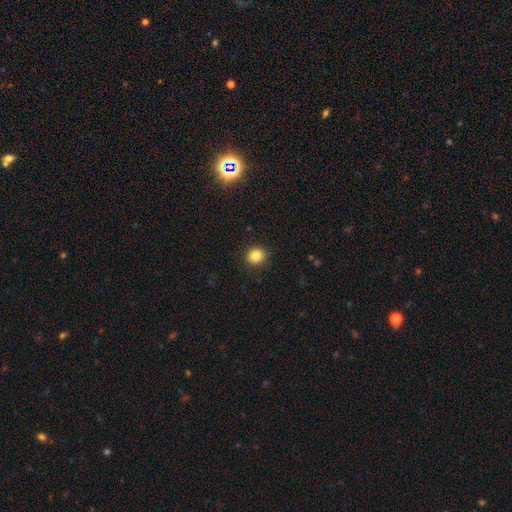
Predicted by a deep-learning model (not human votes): smooth 83%, star or artifact 11%, featured or disk 6%. Down the decision tree: how rounded — round (84%); merging — none (89%).